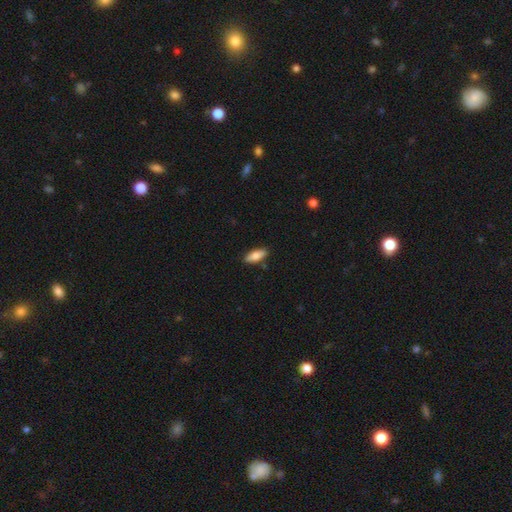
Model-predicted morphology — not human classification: smooth_or_featured: smooth (p=0.79) [alt: featured or disk p=0.15]
how_rounded: in between (p=0.76) [alt: cigar-shaped p=0.22]
merging: none (p=0.86) [alt: minor disturbance p=0.10]